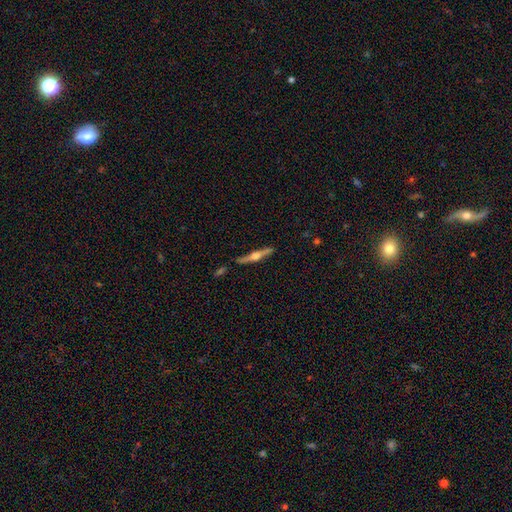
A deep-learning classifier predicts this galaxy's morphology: smooth_or_featured: featured or disk (p=0.73) [alt: smooth p=0.22]
disk_edge_on: yes (p=0.98) [alt: no p=0.02]
edge_on_bulge: rounded (p=0.93) [alt: boxy p=0.05]
merging: none (p=0.86) [alt: minor disturbance p=0.10]